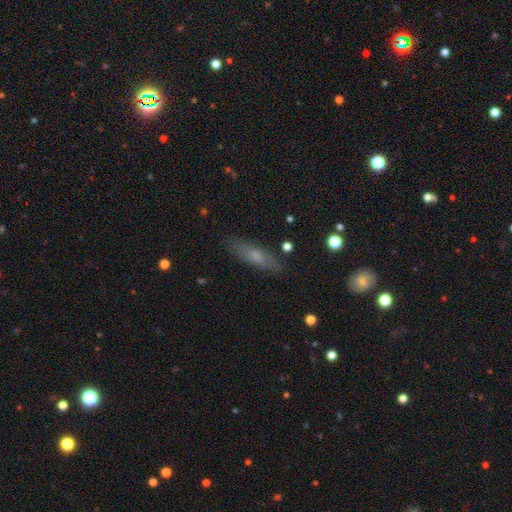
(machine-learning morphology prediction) smooth 65%, featured or disk 26%, star or artifact 8%. Down the decision tree: how rounded — cigar-shaped (62%); merging — none (84%).